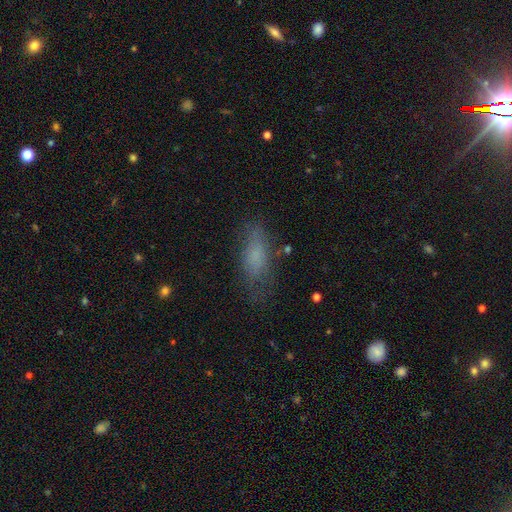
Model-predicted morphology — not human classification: Overall: smooth (72%). How rounded: in between (74%). Merging: none (65%).